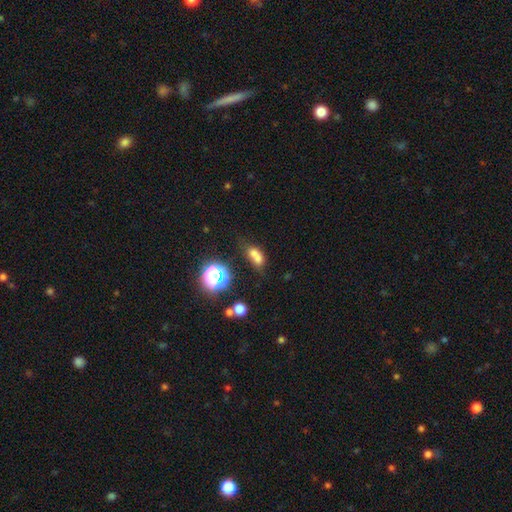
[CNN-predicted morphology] Overall: smooth (65%). How rounded: in between (61%; round 34%). Merging: merger (47%; none 32%).